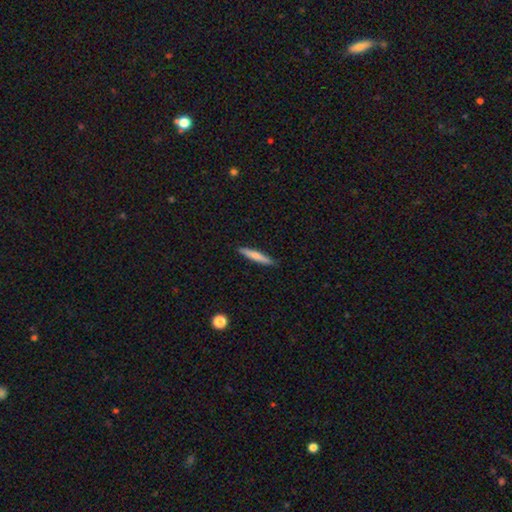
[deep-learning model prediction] Smooth or featured?
  - smooth: 66% *
  - featured or disk: 29%
  - star or artifact: 6%
How rounded?
  - cigar-shaped: 93% *
  - in between: 6%
  - round: 1%
Merging?
  - none: 90% *
  - minor disturbance: 7%
  - major disturbance: 1%
  - merger: 1%